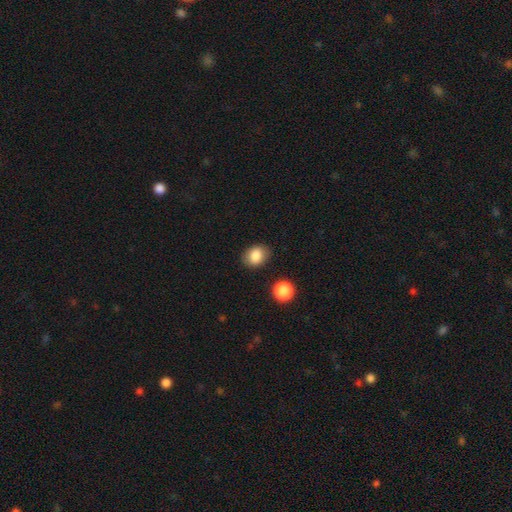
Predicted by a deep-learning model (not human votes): This is clearly a smooth galaxy (85%). How rounded: likely in between (61%). Merging: clearly none (83%).